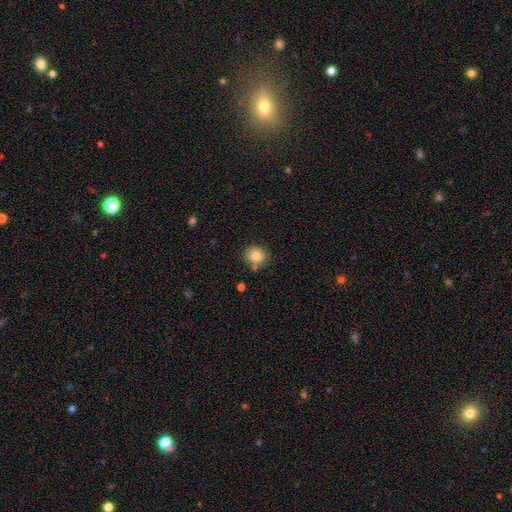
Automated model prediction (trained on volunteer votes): This is clearly a smooth galaxy (84%). How rounded: likely round (77%). Merging: clearly none (80%).